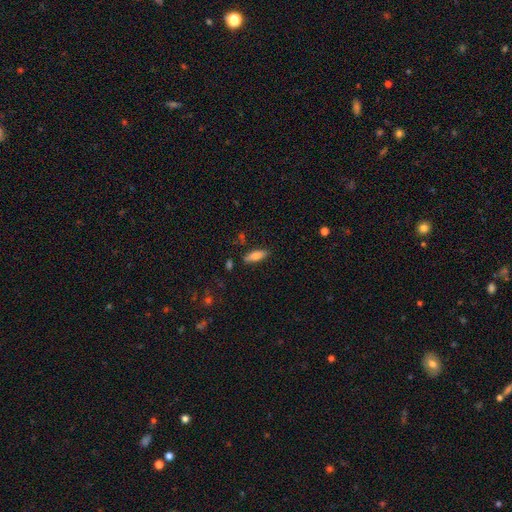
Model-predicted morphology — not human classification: Smooth or featured: smooth — 71% (featured or disk — 22%)
How rounded: in between — 62% (cigar-shaped — 36%)
Merging: none — 84% (minor disturbance — 11%)